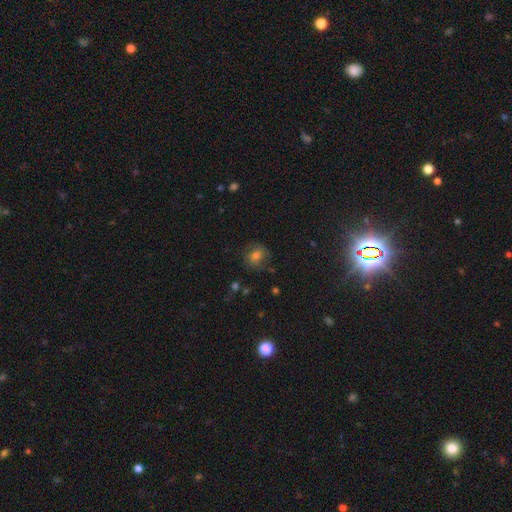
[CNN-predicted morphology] Overall: smooth (57%; featured or disk 24%). How rounded: round (74%). Merging: none (70%).